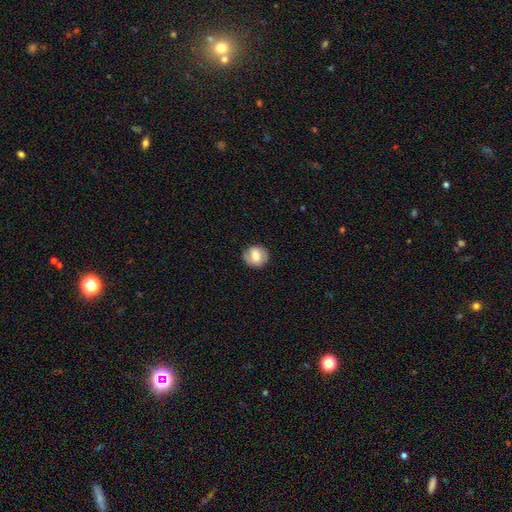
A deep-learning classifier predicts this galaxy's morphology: Smooth or featured? Predicted: smooth (p=0.69). How rounded? Predicted: round (p=0.79). Merging? Predicted: none (p=0.79).